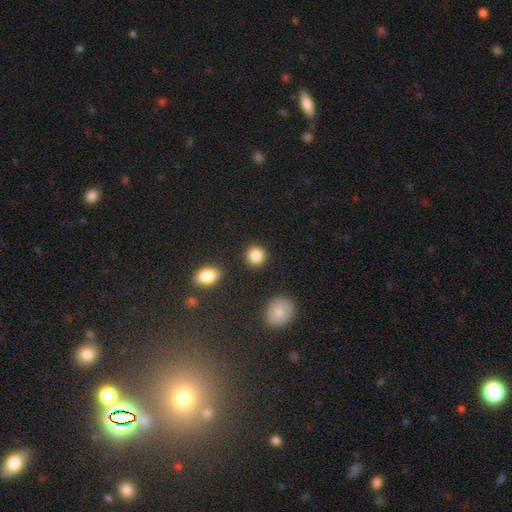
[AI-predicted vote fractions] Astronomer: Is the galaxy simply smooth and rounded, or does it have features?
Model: smooth — 87%.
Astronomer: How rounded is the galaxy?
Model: round — 88%.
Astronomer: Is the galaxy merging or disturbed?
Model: none — 88%.